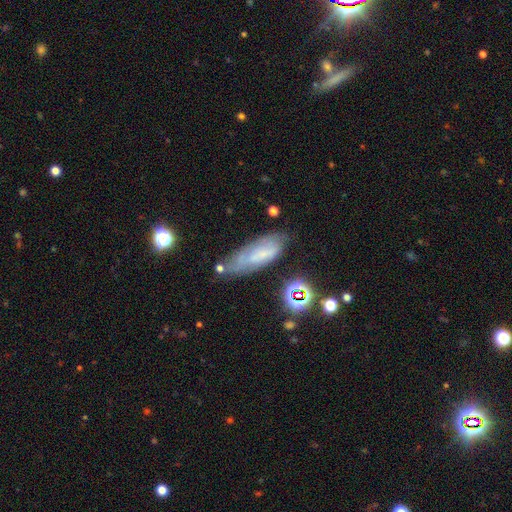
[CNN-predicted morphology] A smooth galaxy with no disk features (46%). Merging: none (60%).